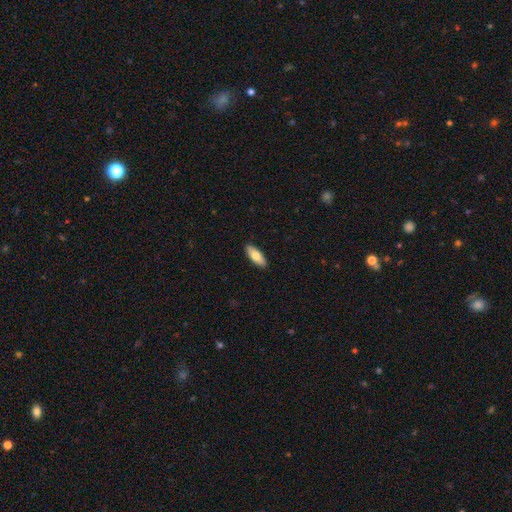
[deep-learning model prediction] Overall: smooth (77%). How rounded: in between (74%). Merging: none (91%).